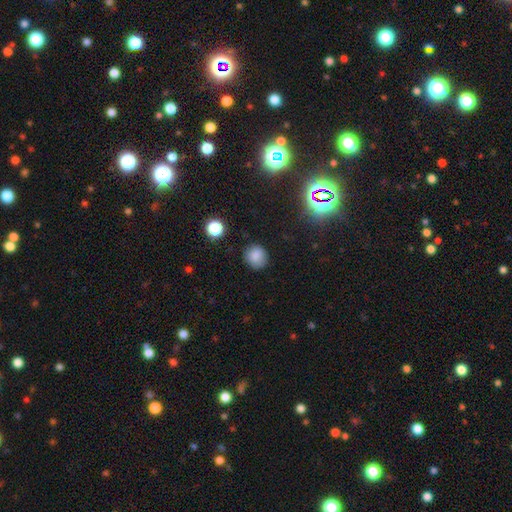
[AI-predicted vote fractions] This is clearly a smooth galaxy (82%). How rounded: clearly round (83%). Merging: clearly none (82%).